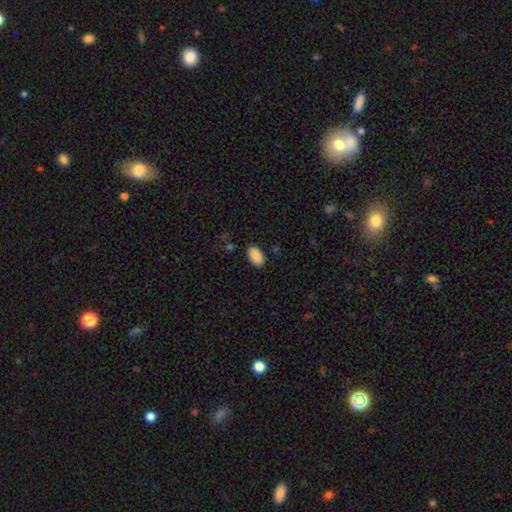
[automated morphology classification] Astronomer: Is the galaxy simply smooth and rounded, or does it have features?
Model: smooth — 89%.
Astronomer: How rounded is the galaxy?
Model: in between — 94%.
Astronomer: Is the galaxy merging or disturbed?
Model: none — 86%.